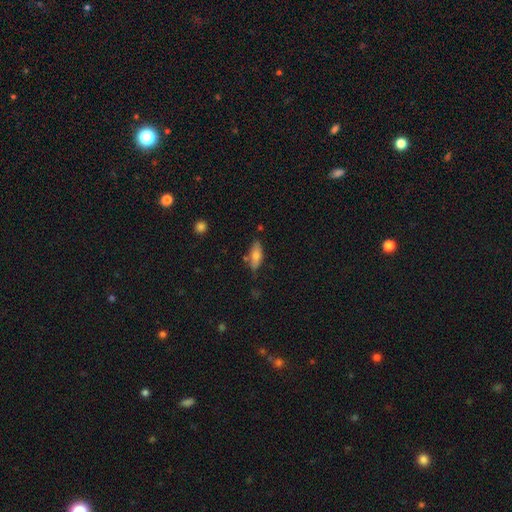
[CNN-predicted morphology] Smooth or featured? smooth (72%)
How rounded? in between (71%)
Merging? none (71%)